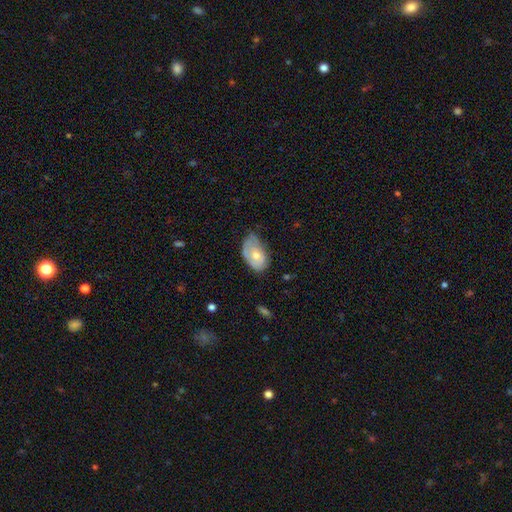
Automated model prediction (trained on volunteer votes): smooth-or-featured: smooth: 61% | featured or disk: 33% | star or artifact: 6%
  how-rounded: in between: 91% | round: 7% | cigar-shaped: 2%
  merging: minor disturbance: 44% | none: 39% | major disturbance: 14% | merger: 2%